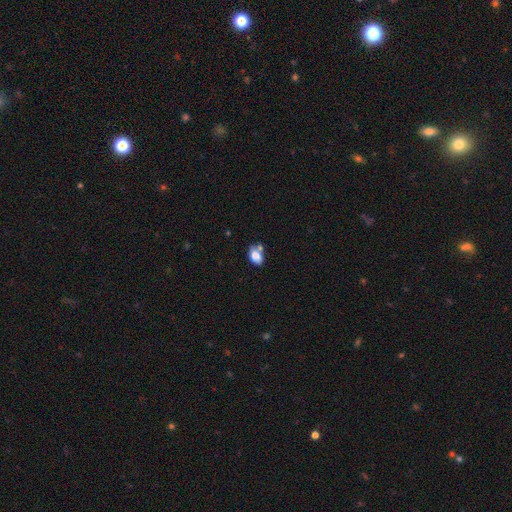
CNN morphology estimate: smooth 82%, featured or disk 9%, star or artifact 9%. Down the decision tree: how rounded — in between (85%); merging — none (45%).